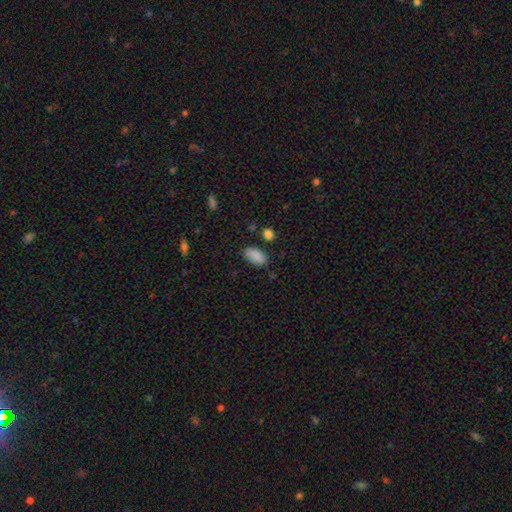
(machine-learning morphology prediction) A smooth galaxy with no disk features (88%) that is in between round and cigar-shaped (94%). Merging: none (79%).